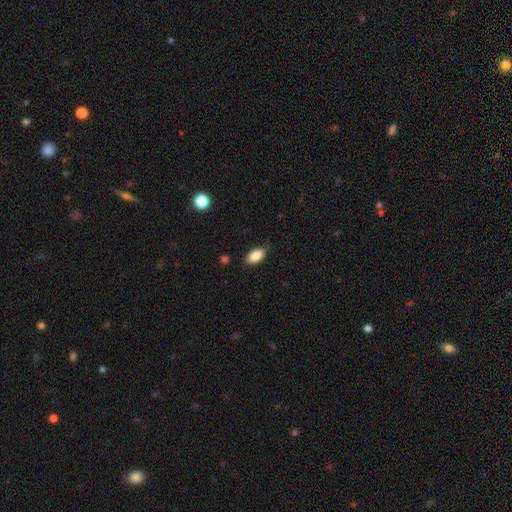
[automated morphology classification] Q: Smooth or featured?
A: smooth (88%); runner-up: star or artifact (7%)
Q: How rounded?
A: in between (92%); runner-up: cigar-shaped (4%)
Q: Merging?
A: none (80%); runner-up: minor disturbance (16%)